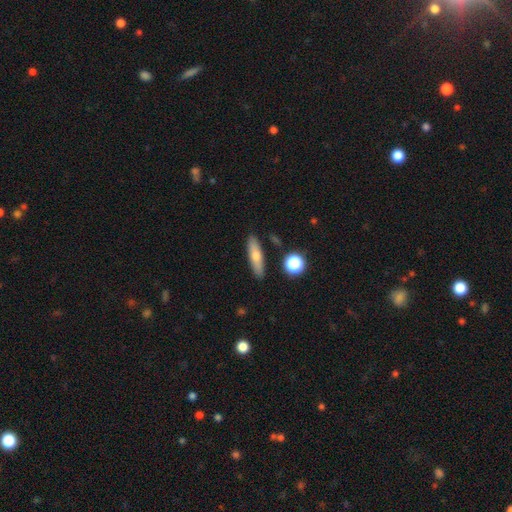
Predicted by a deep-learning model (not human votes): Q: Smooth or featured?
A: smooth (65%); runner-up: featured or disk (27%)
Q: How rounded?
A: cigar-shaped (64%); runner-up: in between (32%)
Q: Merging?
A: none (88%); runner-up: minor disturbance (8%)